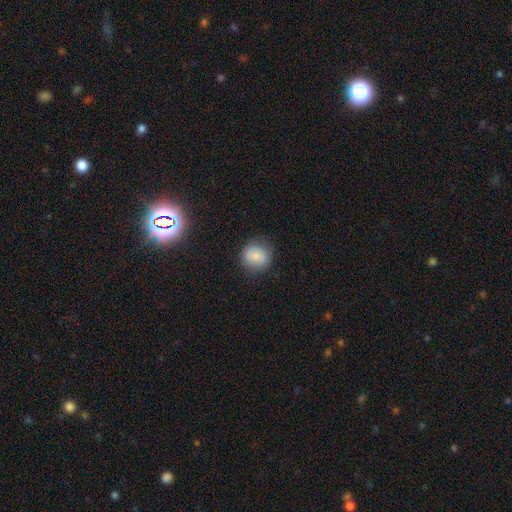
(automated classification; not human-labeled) smooth 83%, star or artifact 9%, featured or disk 8%. Down the decision tree: how rounded — round (85%); merging — none (81%).